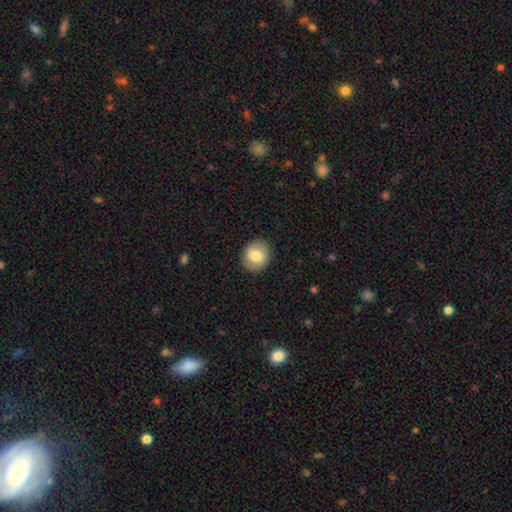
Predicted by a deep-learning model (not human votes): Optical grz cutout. It shows a smooth galaxy with no disk features (78%) that is round (71%). Merging: none (87%).